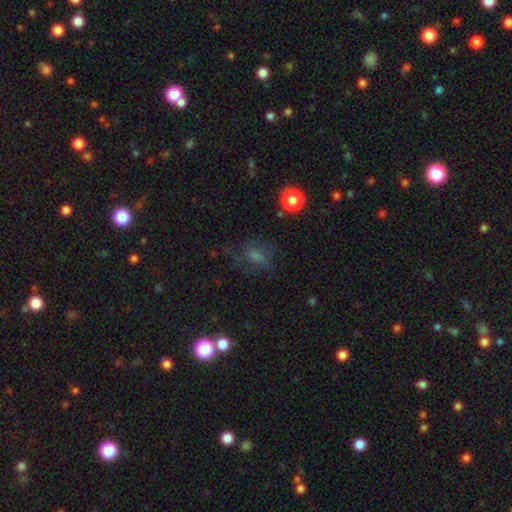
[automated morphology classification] smooth-or-featured: smooth: 55% | featured or disk: 23% | star or artifact: 22%
  how-rounded: in between: 58% | round: 38% | cigar-shaped: 4%
  merging: none: 56% | minor disturbance: 21% | major disturbance: 20% | merger: 3%